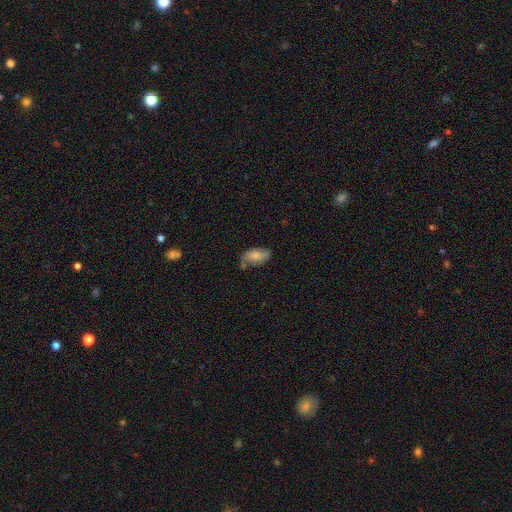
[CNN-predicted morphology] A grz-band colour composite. It shows a smooth galaxy with no disk features (70%) that is in between round and cigar-shaped (93%). Merging: none (59%).